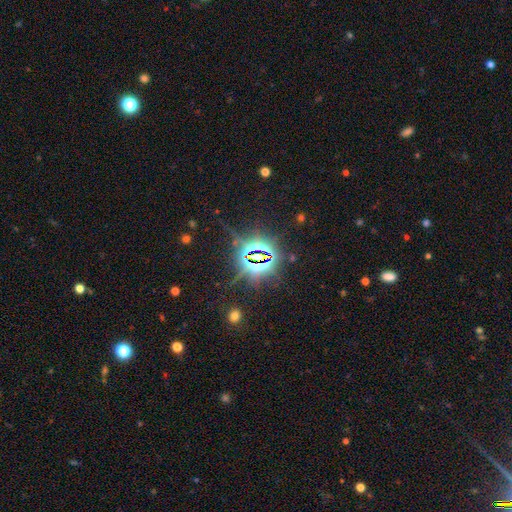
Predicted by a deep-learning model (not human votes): Overall: star or artifact (83%).